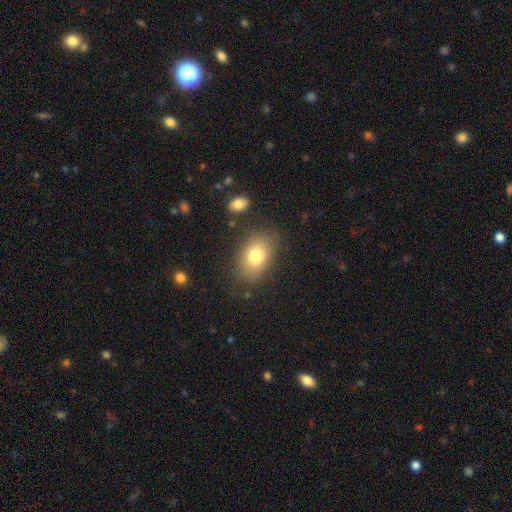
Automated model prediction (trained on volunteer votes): Smooth or featured: smooth — 77% (featured or disk — 13%)
How rounded: in between — 78% (round — 21%)
Merging: none — 79% (minor disturbance — 13%)